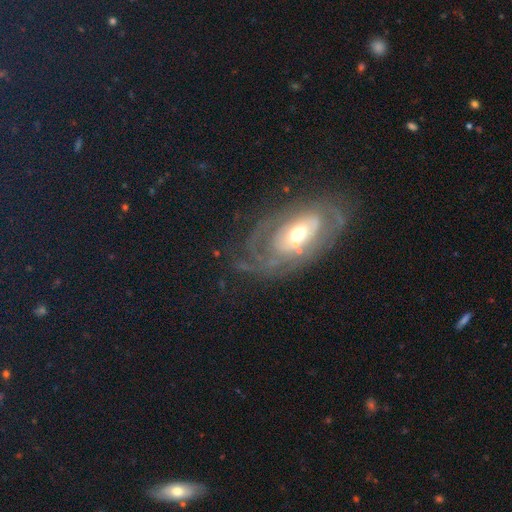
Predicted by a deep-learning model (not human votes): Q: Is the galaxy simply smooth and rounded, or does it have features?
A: featured or disk — 69%.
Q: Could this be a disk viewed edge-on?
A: no — 90%.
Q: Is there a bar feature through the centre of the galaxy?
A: no — 48%.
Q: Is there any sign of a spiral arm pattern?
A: yes — 77%.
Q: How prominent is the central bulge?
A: moderate — 71%.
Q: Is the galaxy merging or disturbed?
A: none — 74%.